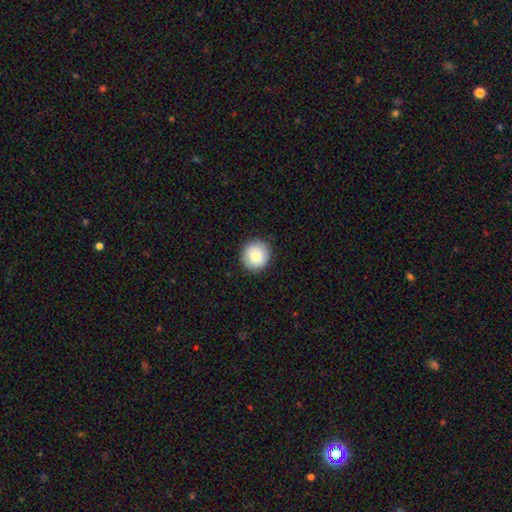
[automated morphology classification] Smooth or featured: smooth — 78% (featured or disk — 14%)
How rounded: round — 92% (in between — 8%)
Merging: none — 90% (minor disturbance — 7%)